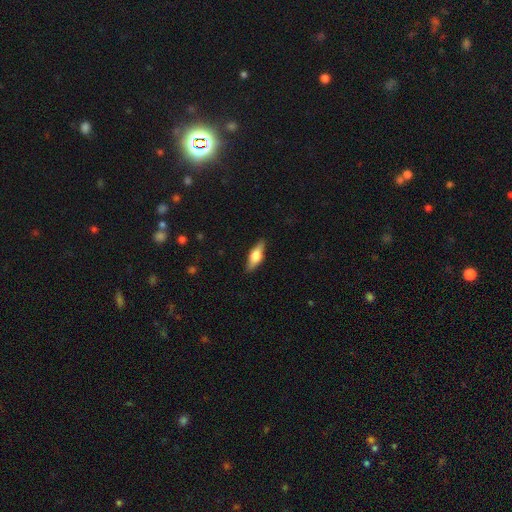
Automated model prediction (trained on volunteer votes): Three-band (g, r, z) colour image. It shows a smooth galaxy with no disk features (49%). Merging: none (86%).